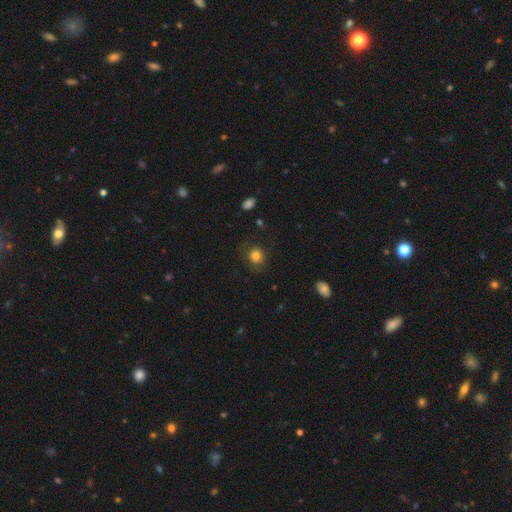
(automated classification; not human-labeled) A smooth galaxy with no disk features (81%) that is round (81%).

Vote fractions:
- Smooth or featured? smooth: 81% / star or artifact: 11% / featured or disk: 8%
- How rounded? round: 81% / in between: 18% / cigar-shaped: 1%
- Merging? none: 77% / minor disturbance: 15% / major disturbance: 7% / merger: 1%